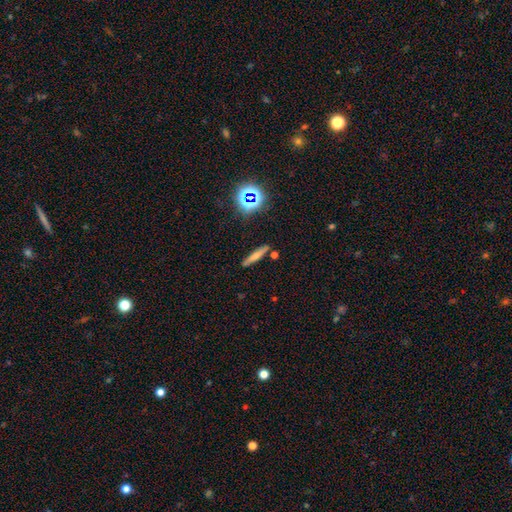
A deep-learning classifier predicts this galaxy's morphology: type=smooth (54%); roundness=cigar-shaped (84%); merging=none (83%).